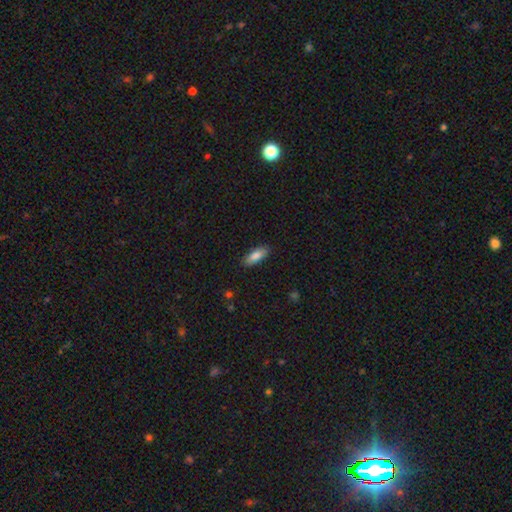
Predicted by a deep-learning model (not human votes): Q: Smooth or featured?
A: smooth (84%); runner-up: featured or disk (10%)
Q: How rounded?
A: in between (69%); runner-up: cigar-shaped (29%)
Q: Merging?
A: none (87%); runner-up: minor disturbance (10%)